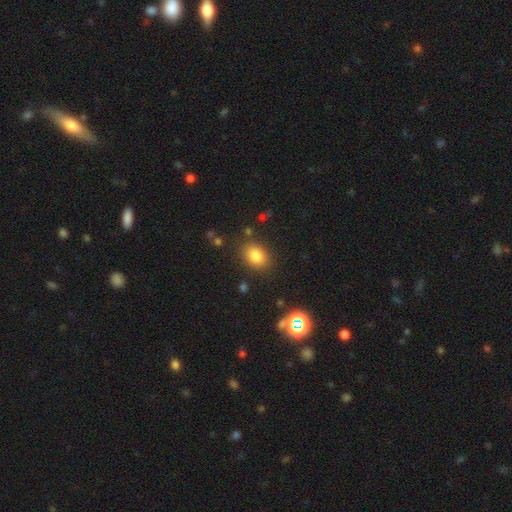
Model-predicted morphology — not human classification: Smooth or featured? smooth (82%)
How rounded? in between (63%)
Merging? none (84%)